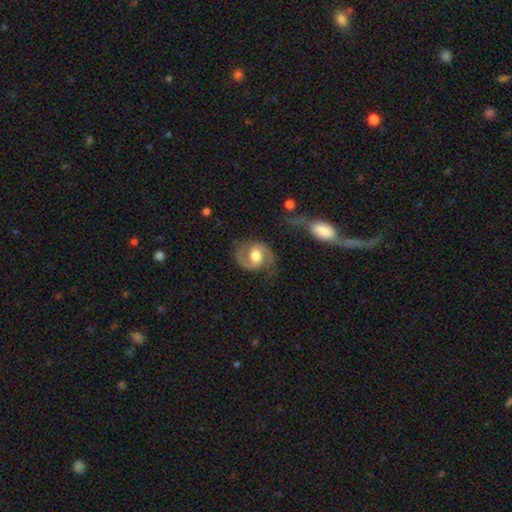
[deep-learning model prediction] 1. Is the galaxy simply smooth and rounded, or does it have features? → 76% featured or disk, 18% smooth, 6% star or artifact.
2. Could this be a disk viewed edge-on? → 97% no, 3% yes.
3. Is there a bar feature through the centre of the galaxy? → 48% no, 41% weak, 11% strong.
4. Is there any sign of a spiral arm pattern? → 92% yes, 8% no.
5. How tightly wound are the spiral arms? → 53% medium, 23% loose, 23% tight.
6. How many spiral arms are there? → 87% 2, 5% 1, 4% can't tell, 1% 3, 1% 4, 1% more than 4.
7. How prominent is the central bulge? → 63% moderate, 27% large, 7% small, 2% dominant, 2% none.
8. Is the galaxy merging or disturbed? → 65% none, 20% minor disturbance, 12% major disturbance, 4% merger.